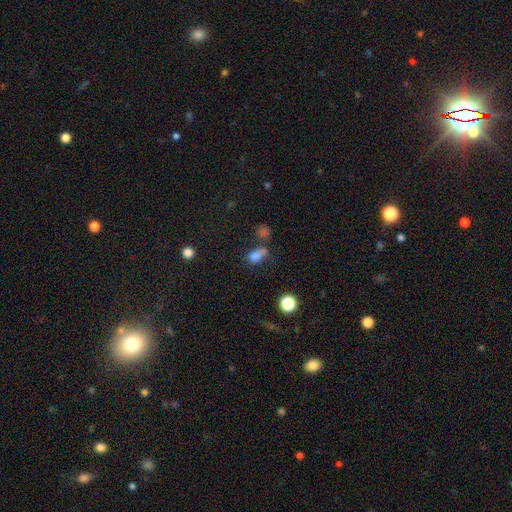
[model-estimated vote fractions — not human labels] Morphology: type=smooth (75%); roundness=in between (76%); merging=none (38%).